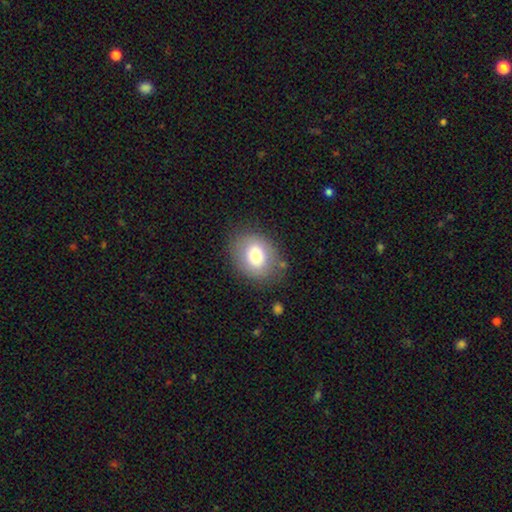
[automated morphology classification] Q: Smooth or featured?
A: smooth (73%); runner-up: featured or disk (18%)
Q: How rounded?
A: in between (50%); runner-up: round (49%)
Q: Merging?
A: none (78%); runner-up: minor disturbance (14%)